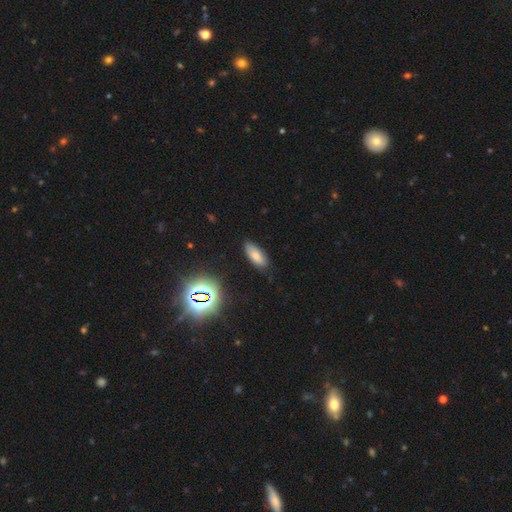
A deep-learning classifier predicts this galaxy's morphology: smooth_or_featured: smooth (p=0.74) [alt: star or artifact p=0.14]
how_rounded: in between (p=0.81) [alt: cigar-shaped p=0.16]
merging: none (p=0.82) [alt: minor disturbance p=0.14]